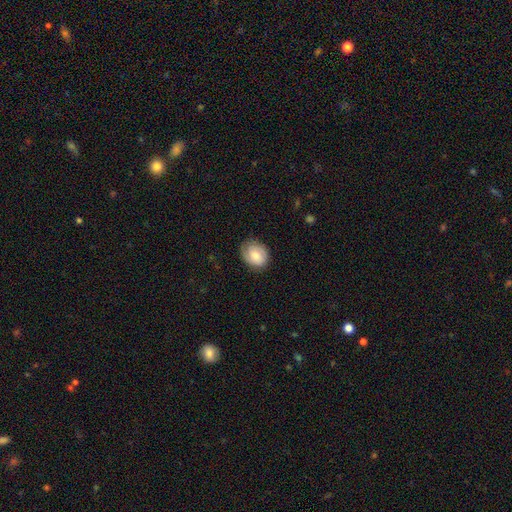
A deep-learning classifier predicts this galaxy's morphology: This is likely a smooth galaxy (72%). How rounded: possibly in between (55%). Merging: likely none (73%).